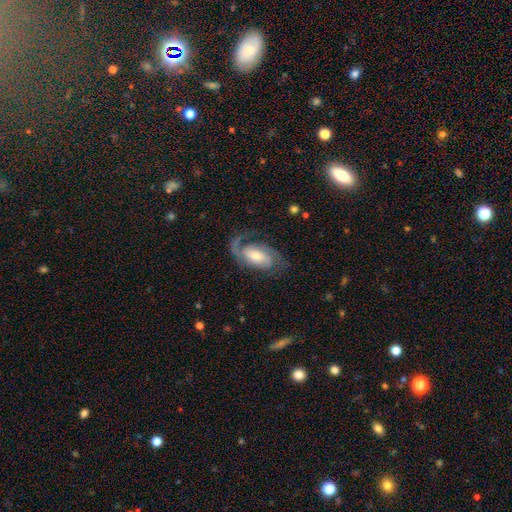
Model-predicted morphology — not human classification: Smooth or featured?
  - featured or disk: 85% *
  - smooth: 10%
  - star or artifact: 5%
Edge-on disk?
  - no: 96% *
  - yes: 4%
Bar?
  - no: 46% *
  - weak: 38%
  - strong: 16%
Spiral arms?
  - yes: 96% *
  - no: 4%
Spiral winding?
  - medium: 50% *
  - tight: 30%
  - loose: 20%
Spiral arm count?
  - 2: 79% *
  - 1: 9%
  - can't tell: 6%
  - 3: 3%
  - 4: 1%
  - more than 4: 1%
Bulge size?
  - moderate: 48% *
  - small: 34%
  - large: 12%
  - none: 4%
  - dominant: 2%
Merging?
  - none: 69% *
  - minor disturbance: 16%
  - major disturbance: 13%
  - merger: 2%